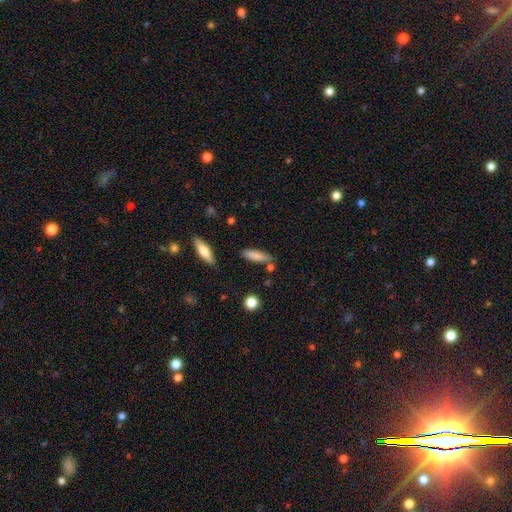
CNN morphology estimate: Smooth or featured? smooth (82%)
How rounded? cigar-shaped (55%)
Merging? none (73%)